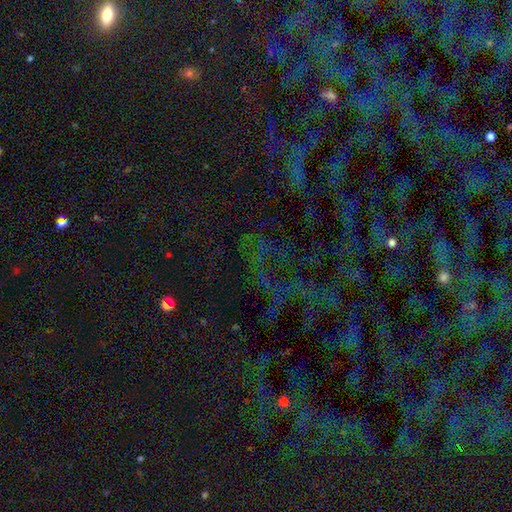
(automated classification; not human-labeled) smooth-or-featured: star or artifact: 82% | smooth: 10% | featured or disk: 8%